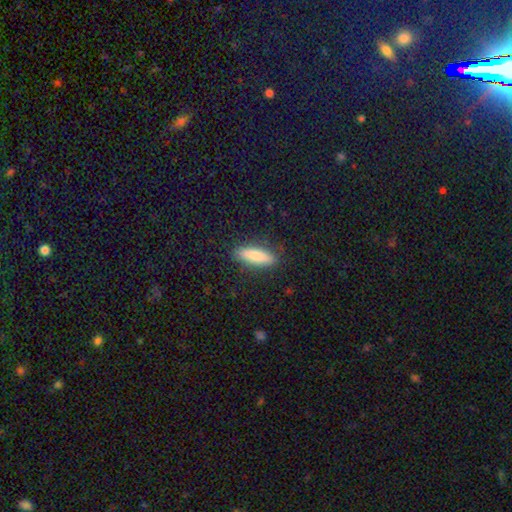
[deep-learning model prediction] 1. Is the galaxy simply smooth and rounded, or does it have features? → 81% smooth, 13% featured or disk, 6% star or artifact.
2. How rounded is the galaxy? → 58% cigar-shaped, 40% in between, 2% round.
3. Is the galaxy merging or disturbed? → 86% none, 10% minor disturbance, 3% major disturbance, 1% merger.